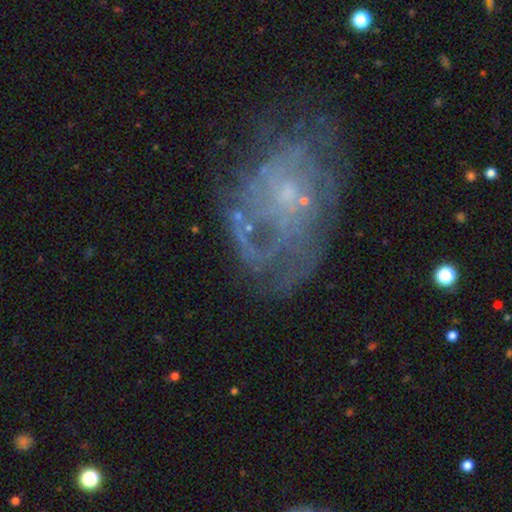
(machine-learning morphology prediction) Overall: featured or disk (75%). Edge-on disk: no (98%). Bar: no (77%). Spiral arms: yes (67%; no 33%). Bulge size: small (61%; none 22%). Merging: none (47%; major disturbance 28%).